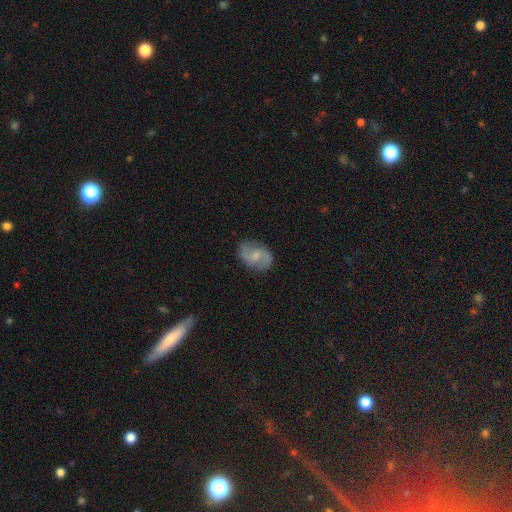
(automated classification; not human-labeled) featured or disk 72%, smooth 21%, star or artifact 7%. Down the decision tree: edge-on disk — no (98%); bar — weak (53%); spiral arms — yes (93%); spiral arm count — 2 (91%); spiral winding — medium (44%); bulge size — small (46%); merging — none (81%).